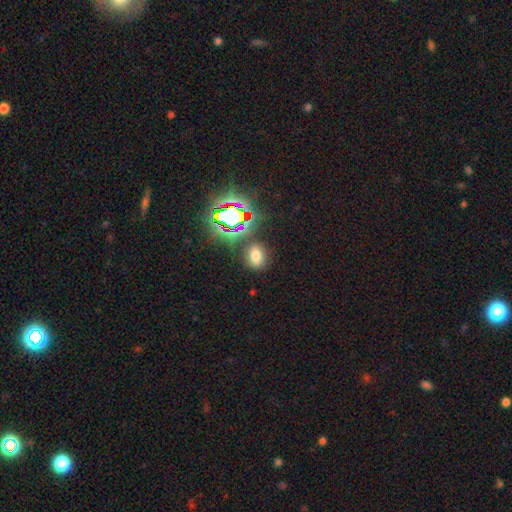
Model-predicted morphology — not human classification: This is likely a smooth galaxy (65%). How rounded: likely in between (70%). Merging: clearly none (81%).